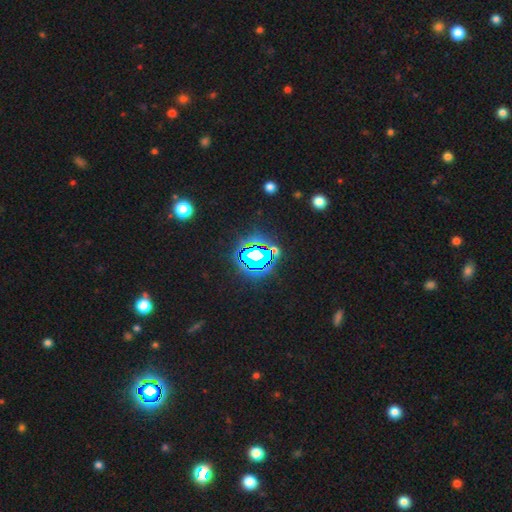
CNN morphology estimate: Overall: star or artifact (73%).